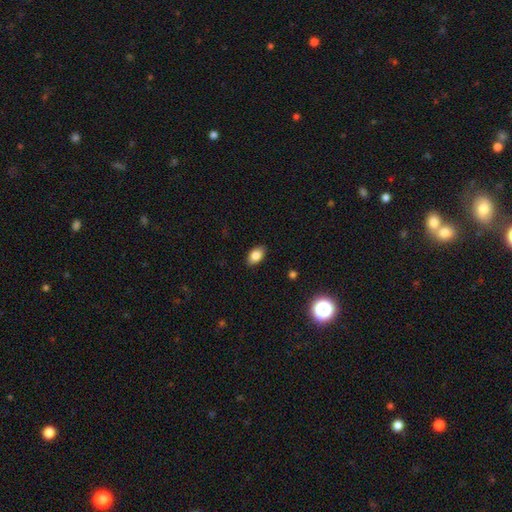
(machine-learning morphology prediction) smooth 84%, star or artifact 9%, featured or disk 7%. Down the decision tree: how rounded — in between (89%); merging — none (88%).